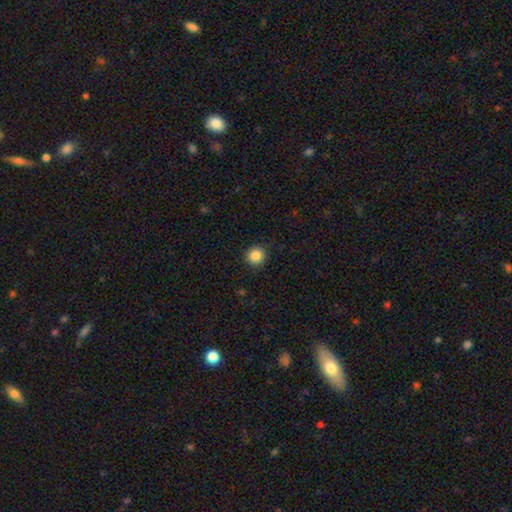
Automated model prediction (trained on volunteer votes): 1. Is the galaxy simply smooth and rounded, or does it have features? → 86% smooth, 10% star or artifact, 4% featured or disk.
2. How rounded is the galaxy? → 93% round, 6% in between, 1% cigar-shaped.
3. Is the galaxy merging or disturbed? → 89% none, 8% minor disturbance, 2% major disturbance, 1% merger.